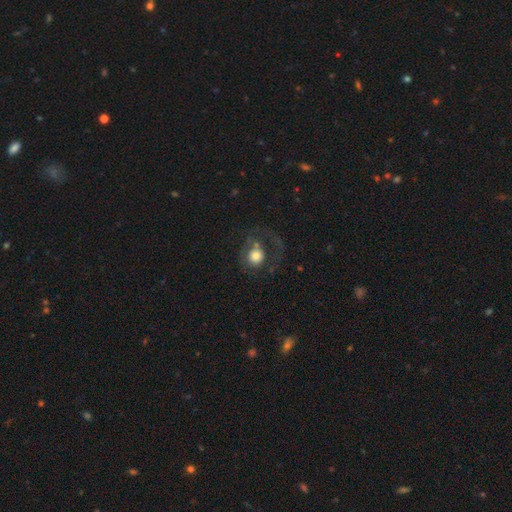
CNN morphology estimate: This is likely a smooth galaxy (62%). How rounded: clearly round (81%). Merging: marginally major disturbance (40%).